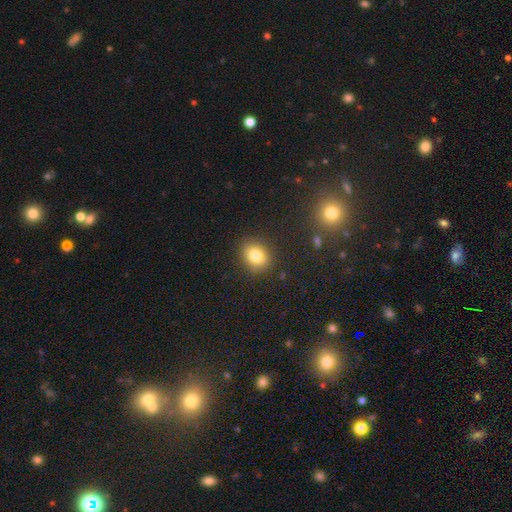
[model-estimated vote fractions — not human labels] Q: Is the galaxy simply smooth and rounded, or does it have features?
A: smooth — 80%.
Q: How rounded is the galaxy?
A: round — 55%.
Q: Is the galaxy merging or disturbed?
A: none — 87%.